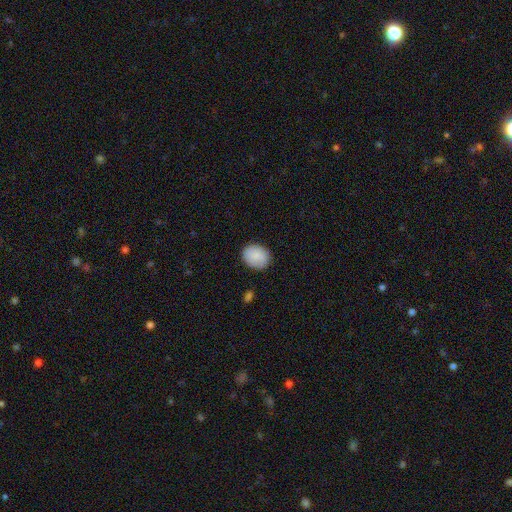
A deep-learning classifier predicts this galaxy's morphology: Smooth or featured?
  - smooth: 88% *
  - star or artifact: 7%
  - featured or disk: 5%
How rounded?
  - round: 57% *
  - in between: 42%
  - cigar-shaped: 1%
Merging?
  - none: 86% *
  - minor disturbance: 10%
  - major disturbance: 2%
  - merger: 1%